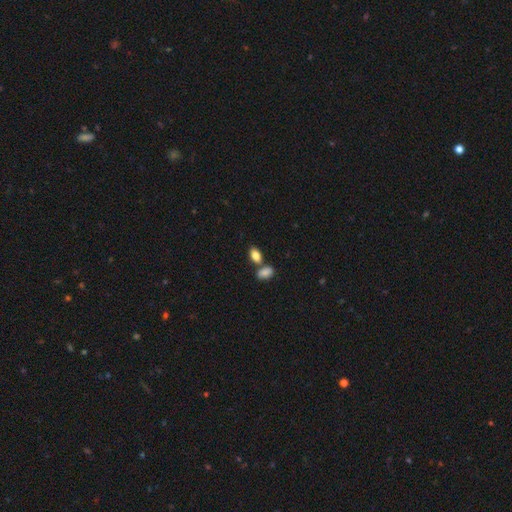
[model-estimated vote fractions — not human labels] Smooth or featured?
  - smooth: 85% *
  - star or artifact: 8%
  - featured or disk: 7%
How rounded?
  - in between: 90% *
  - round: 7%
  - cigar-shaped: 3%
Merging?
  - none: 54% *
  - merger: 32%
  - minor disturbance: 11%
  - major disturbance: 3%